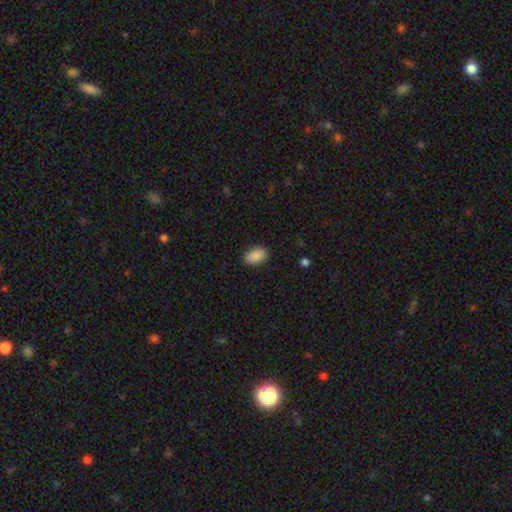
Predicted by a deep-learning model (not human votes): Smooth or featured? smooth (89%)
How rounded? in between (91%)
Merging? none (87%)